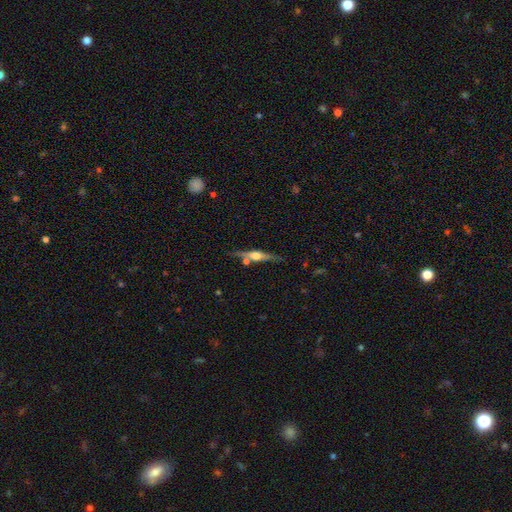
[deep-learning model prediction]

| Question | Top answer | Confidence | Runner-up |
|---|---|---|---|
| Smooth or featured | featured or disk | 71% | smooth (23%) |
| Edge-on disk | yes | 96% | no (4%) |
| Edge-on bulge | rounded | 90% | boxy (6%) |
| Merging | none | 75% | minor disturbance (12%) |